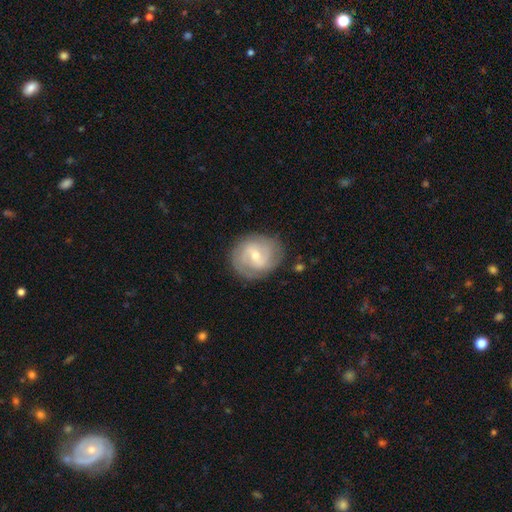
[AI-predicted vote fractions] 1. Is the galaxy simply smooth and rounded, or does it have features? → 73% featured or disk, 21% smooth, 6% star or artifact.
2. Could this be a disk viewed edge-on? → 97% no, 3% yes.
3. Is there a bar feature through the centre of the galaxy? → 55% weak, 31% no, 14% strong.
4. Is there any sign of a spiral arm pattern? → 90% yes, 10% no.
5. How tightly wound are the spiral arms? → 48% tight, 39% medium, 13% loose.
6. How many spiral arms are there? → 49% 2, 24% can't tell, 16% 3, 4% 4, 4% 1, 3% more than 4.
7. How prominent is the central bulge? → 52% small, 44% moderate, 2% large, 1% none, 1% dominant.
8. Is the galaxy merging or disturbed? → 80% none, 14% minor disturbance, 5% major disturbance, 1% merger.